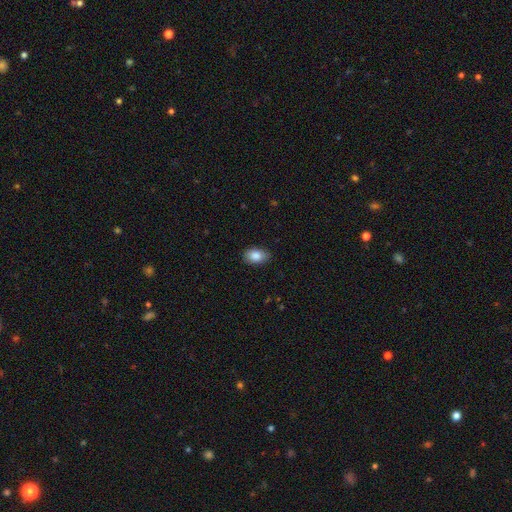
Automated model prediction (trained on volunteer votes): The model was most divided on "merging": none: 84%, minor disturbance: 12%, major disturbance: 2%, merger: 1%. More confident: how rounded — in between (87%); smooth or featured — smooth (87%).